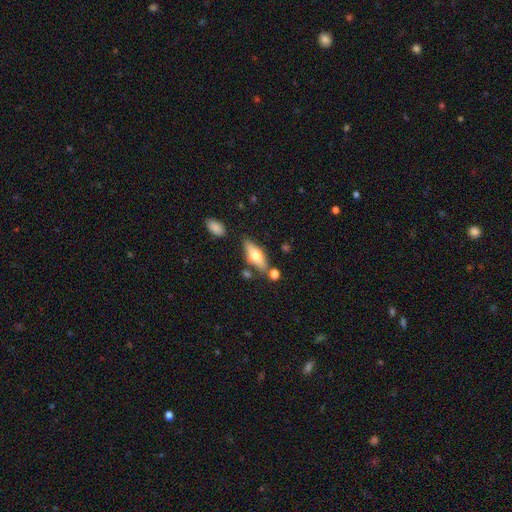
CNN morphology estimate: Smooth or featured?
  - smooth: 60% *
  - featured or disk: 33%
  - star or artifact: 7%
How rounded?
  - in between: 65% *
  - cigar-shaped: 33%
  - round: 3%
Merging?
  - none: 71% *
  - minor disturbance: 16%
  - merger: 10%
  - major disturbance: 4%